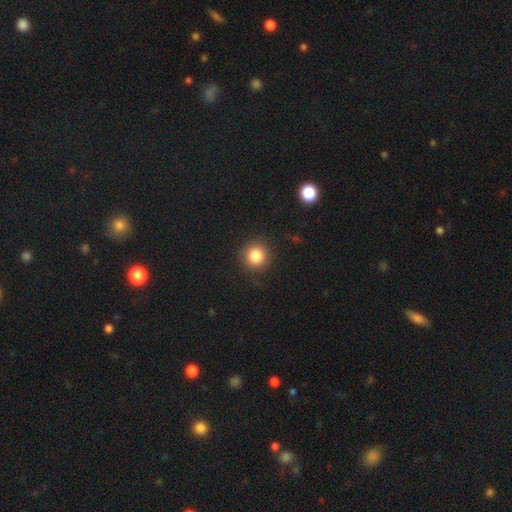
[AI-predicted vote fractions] Morphology: type=smooth (84%); roundness=round (92%); merging=none (90%).